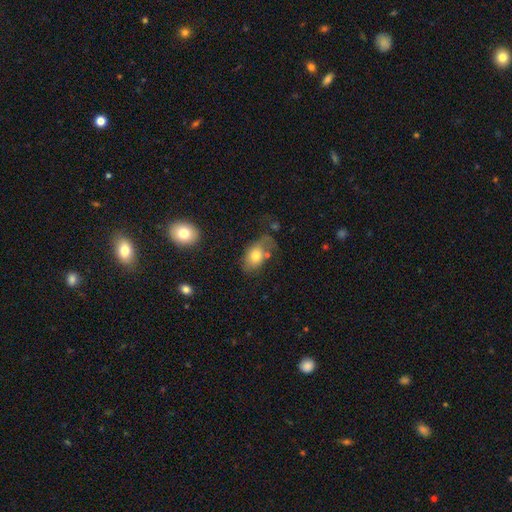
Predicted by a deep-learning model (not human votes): Smooth or featured?
  - smooth: 73% *
  - featured or disk: 19%
  - star or artifact: 8%
How rounded?
  - in between: 85% *
  - round: 13%
  - cigar-shaped: 2%
Merging?
  - none: 45% *
  - minor disturbance: 28%
  - major disturbance: 17%
  - merger: 10%